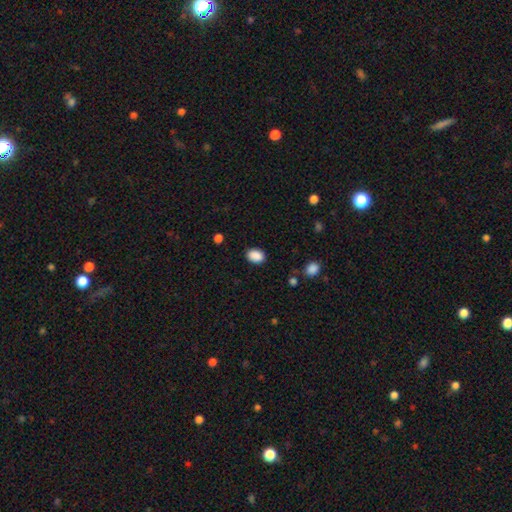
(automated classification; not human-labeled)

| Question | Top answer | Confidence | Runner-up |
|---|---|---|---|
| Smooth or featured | smooth | 89% | star or artifact (8%) |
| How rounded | in between | 75% | round (24%) |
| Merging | none | 86% | minor disturbance (10%) |